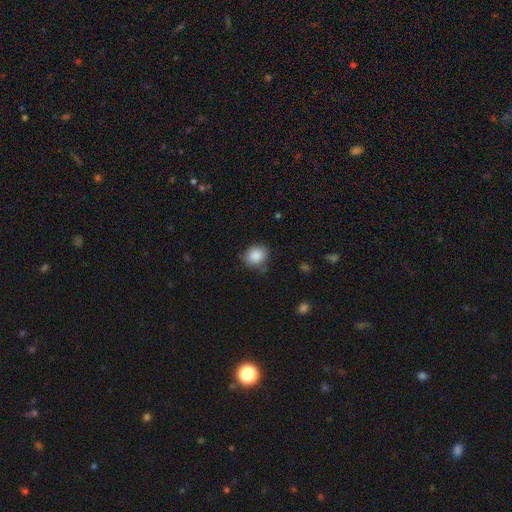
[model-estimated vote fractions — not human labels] Smooth or featured? Predicted: smooth (p=0.88). How rounded? Predicted: round (p=0.66). Merging? Predicted: none (p=0.74).